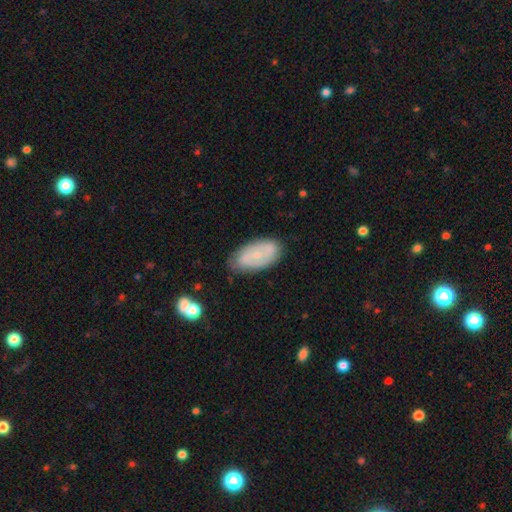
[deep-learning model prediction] featured or disk 53%, smooth 40%, star or artifact 7%. Down the decision tree: edge-on disk — no (92%); merging — none (69%).